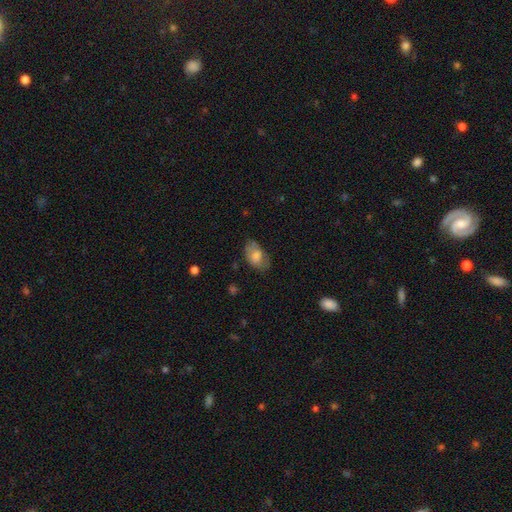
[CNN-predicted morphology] A smooth galaxy with no disk features (72%) that is in between round and cigar-shaped (91%). Merging: none (66%).